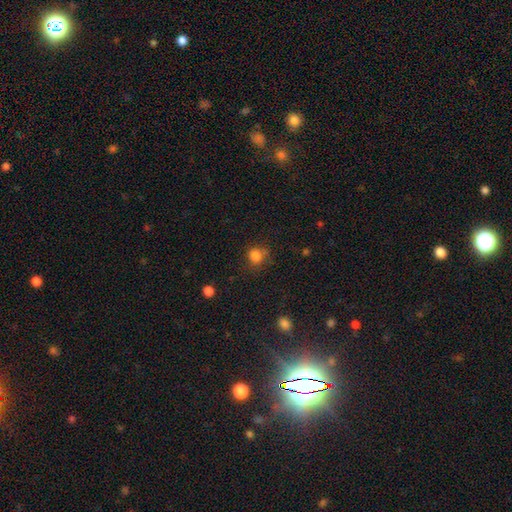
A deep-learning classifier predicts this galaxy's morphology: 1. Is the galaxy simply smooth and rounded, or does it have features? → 81% smooth, 13% star or artifact, 5% featured or disk.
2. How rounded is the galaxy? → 76% round, 23% in between, 1% cigar-shaped.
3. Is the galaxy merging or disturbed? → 64% none, 20% minor disturbance, 9% major disturbance, 7% merger.